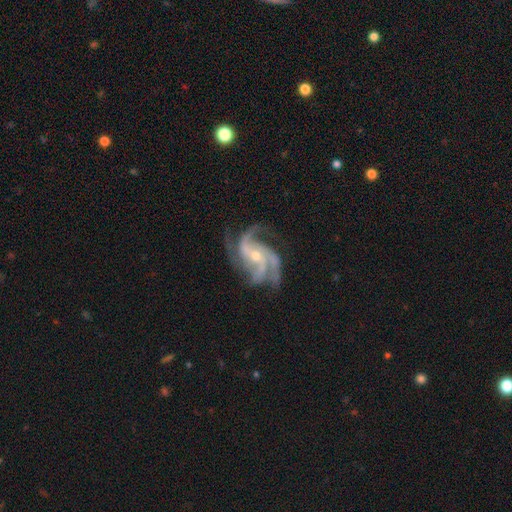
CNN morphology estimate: Smooth or featured?
  - featured or disk: 92% *
  - star or artifact: 5%
  - smooth: 3%
Edge-on disk?
  - no: 98% *
  - yes: 2%
Bar?
  - no: 52% *
  - weak: 32%
  - strong: 16%
Spiral arms?
  - yes: 98% *
  - no: 2%
Spiral winding?
  - medium: 56% *
  - tight: 27%
  - loose: 17%
Spiral arm count?
  - 3: 57% *
  - 4: 22%
  - 2: 8%
  - can't tell: 5%
  - more than 4: 4%
  - 1: 4%
Bulge size?
  - small: 56% *
  - moderate: 40%
  - large: 1%
  - none: 1%
  - dominant: 1%
Merging?
  - none: 69% *
  - minor disturbance: 18%
  - major disturbance: 11%
  - merger: 2%